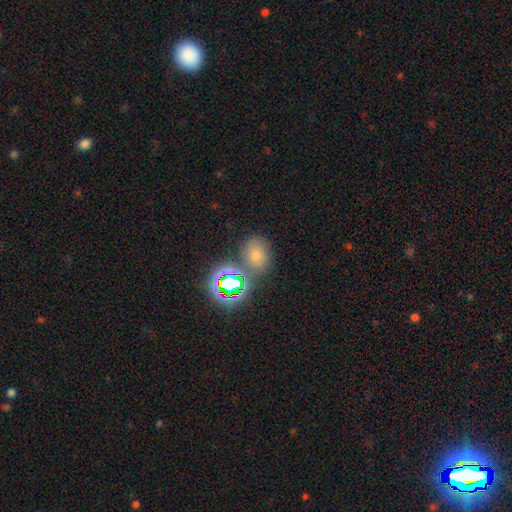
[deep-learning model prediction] Smooth or featured? Predicted: smooth (p=0.63). How rounded? Predicted: round (p=0.53). Merging? Predicted: none (p=0.71).